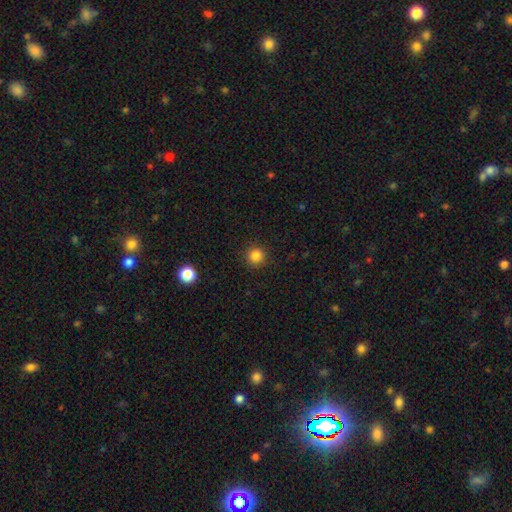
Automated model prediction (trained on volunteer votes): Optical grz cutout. It shows a smooth galaxy with no disk features (84%) that is round (95%). Merging: none (91%).